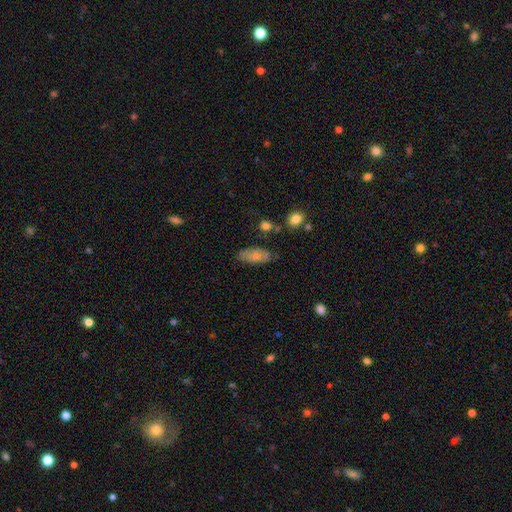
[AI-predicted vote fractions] Smooth or featured: smooth — 68% (featured or disk — 25%)
How rounded: in between — 87% (cigar-shaped — 9%)
Merging: none — 66% (minor disturbance — 24%)